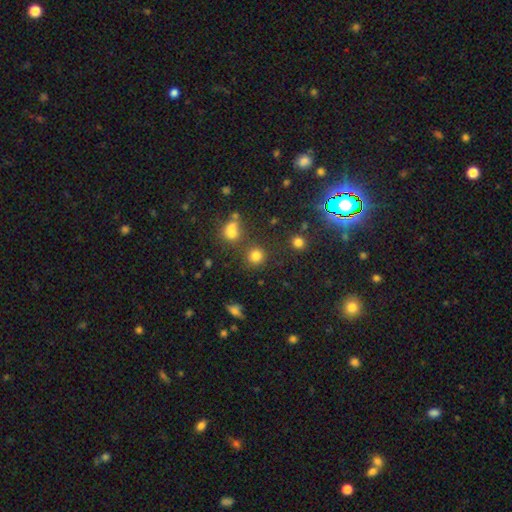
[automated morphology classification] Smooth or featured? smooth (78%)
How rounded? round (90%)
Merging? none (78%)